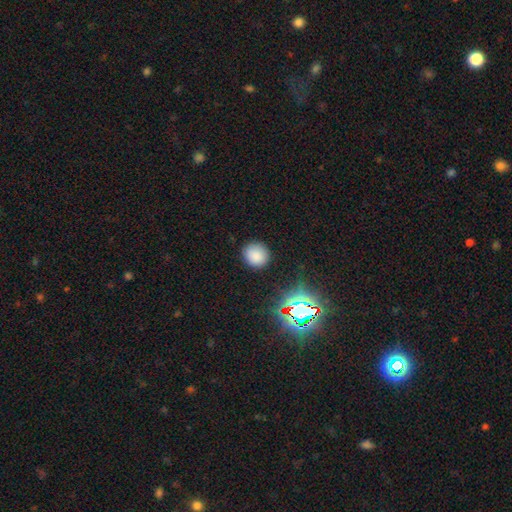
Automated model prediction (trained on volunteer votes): The model was most divided on "smooth or featured": smooth: 82%, star or artifact: 14%, featured or disk: 5%. More confident: how rounded — round (90%); merging — none (88%).